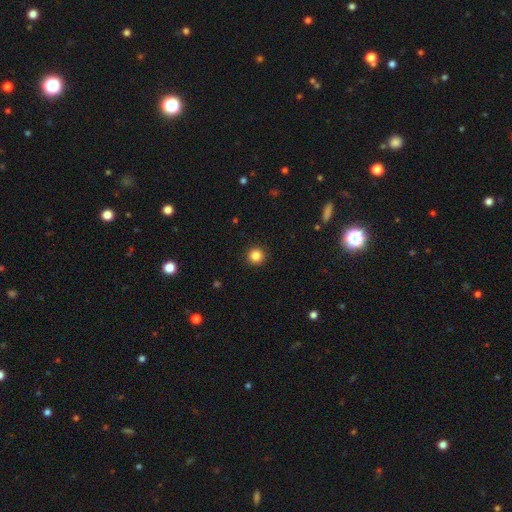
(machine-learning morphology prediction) Smooth or featured: smooth — 85% (star or artifact — 11%)
How rounded: round — 95% (in between — 4%)
Merging: none — 93% (minor disturbance — 5%)